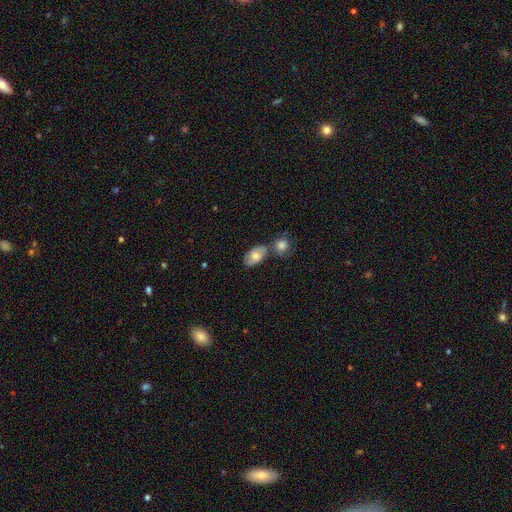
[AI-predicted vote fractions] Overall: smooth (62%; featured or disk 31%). How rounded: in between (89%). Merging: none (57%; merger 22%).